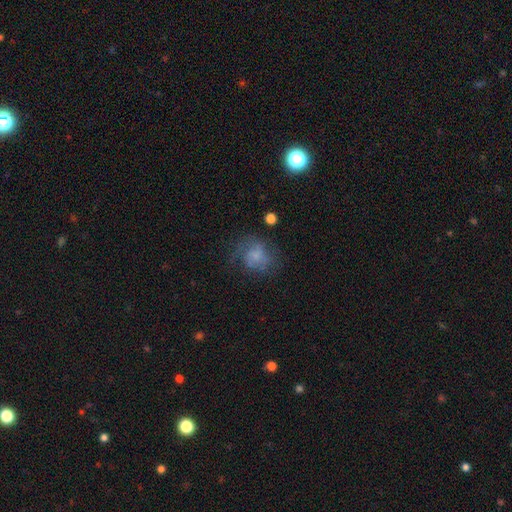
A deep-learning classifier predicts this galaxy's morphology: smooth 45%, featured or disk 43%, star or artifact 13%. Down the decision tree: merging — none (52%).